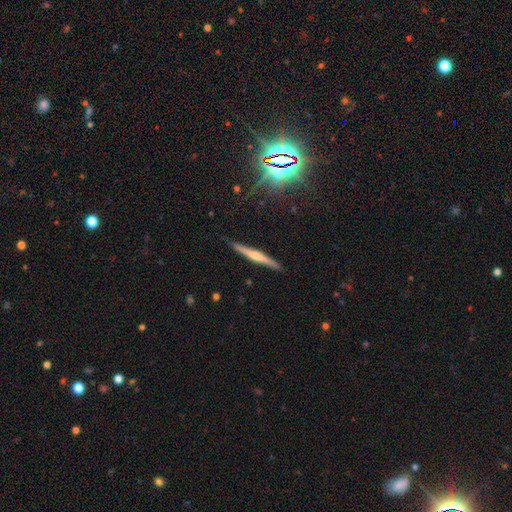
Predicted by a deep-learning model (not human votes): This appears to be a featured or disk galaxy (60%) viewed edge-on (97%) with a rounded central bulge (64%). Merging: none (86%).